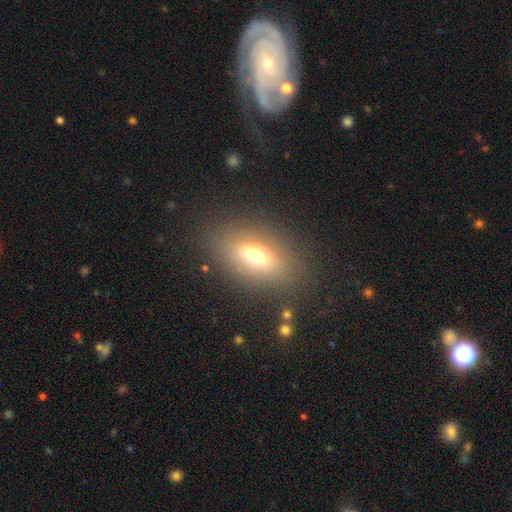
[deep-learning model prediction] smooth-or-featured: smooth: 67% | featured or disk: 20% | star or artifact: 13%
  how-rounded: in between: 81% | round: 13% | cigar-shaped: 6%
  merging: none: 83% | minor disturbance: 10% | major disturbance: 6% | merger: 2%